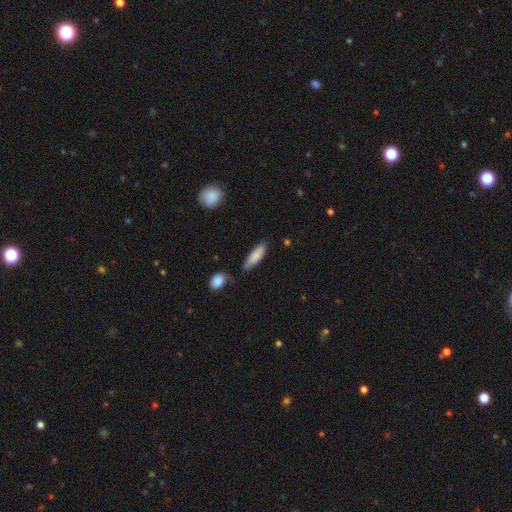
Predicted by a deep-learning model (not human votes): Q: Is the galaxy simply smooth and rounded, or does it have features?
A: smooth — 83%.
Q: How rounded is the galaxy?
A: in between — 49%, tied with cigar-shaped.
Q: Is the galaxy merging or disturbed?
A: none — 61%.